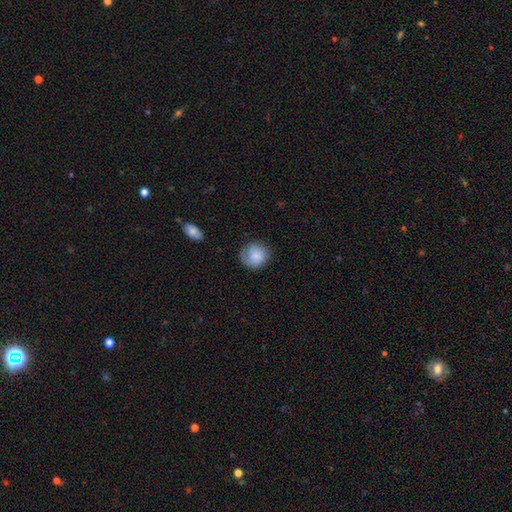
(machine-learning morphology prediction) Q: Smooth or featured?
A: smooth (81%); runner-up: featured or disk (12%)
Q: How rounded?
A: round (84%); runner-up: in between (15%)
Q: Merging?
A: none (72%); runner-up: minor disturbance (21%)